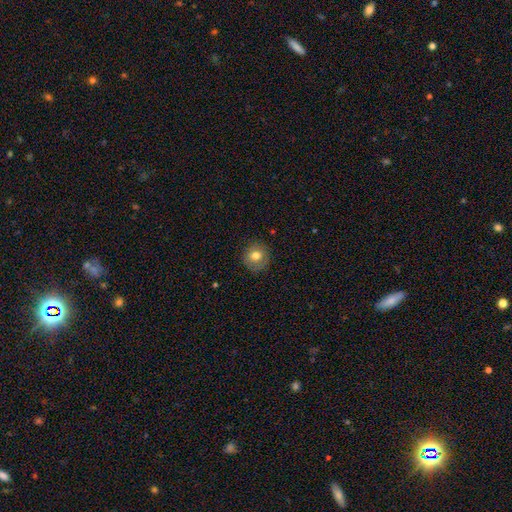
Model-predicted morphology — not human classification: smooth 74%, featured or disk 16%, star or artifact 9%. Down the decision tree: how rounded — round (88%); merging — none (83%).